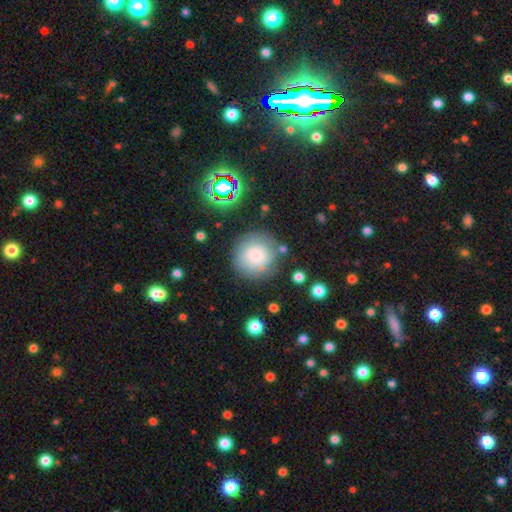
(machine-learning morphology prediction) Smooth or featured? Predicted: smooth (p=0.73). How rounded? Predicted: round (p=0.93). Merging? Predicted: none (p=0.76).